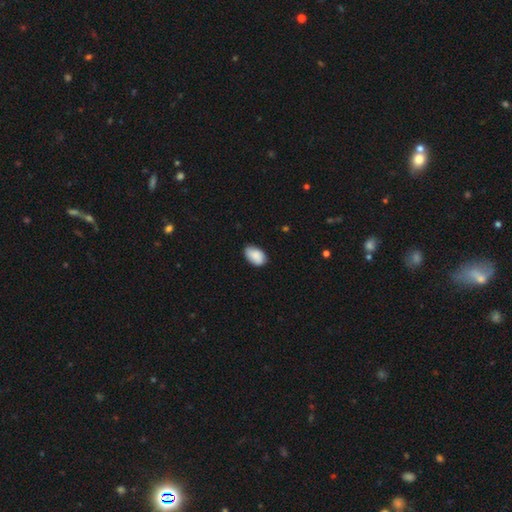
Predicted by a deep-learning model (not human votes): smooth_or_featured: smooth (p=0.88) [alt: star or artifact p=0.06]
how_rounded: in between (p=0.92) [alt: round p=0.07]
merging: none (p=0.75) [alt: minor disturbance p=0.21]